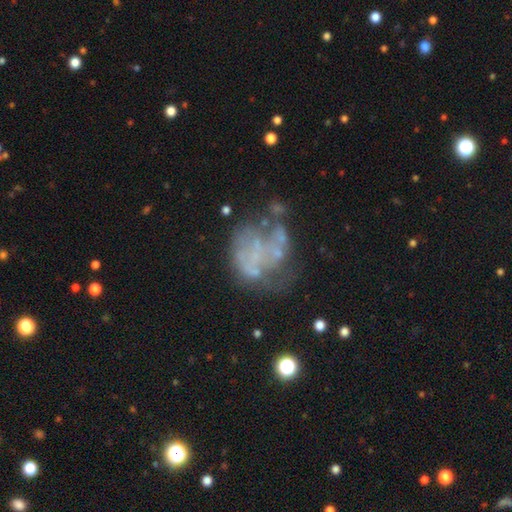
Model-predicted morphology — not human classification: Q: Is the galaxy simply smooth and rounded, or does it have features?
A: featured or disk — 64%.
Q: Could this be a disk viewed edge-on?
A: no — 98%.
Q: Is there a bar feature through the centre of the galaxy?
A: no — 90%.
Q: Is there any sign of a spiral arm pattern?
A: no — 87%.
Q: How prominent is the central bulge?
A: none — 82%.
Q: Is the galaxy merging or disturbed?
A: none — 41%.